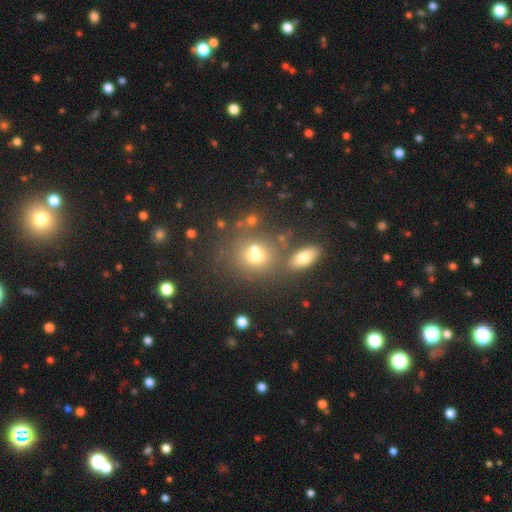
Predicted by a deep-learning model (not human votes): smooth-or-featured: smooth: 68% | star or artifact: 17% | featured or disk: 14%
  how-rounded: round: 69% | in between: 30% | cigar-shaped: 2%
  merging: none: 53% | merger: 31% | minor disturbance: 11% | major disturbance: 6%